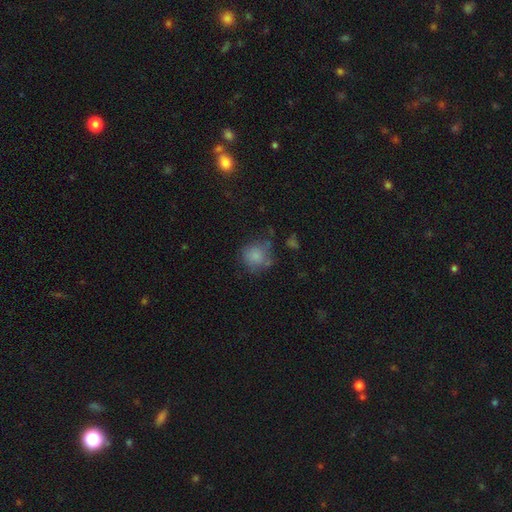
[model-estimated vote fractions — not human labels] smooth-or-featured: smooth: 76% | featured or disk: 13% | star or artifact: 11%
  how-rounded: round: 80% | in between: 19% | cigar-shaped: 1%
  merging: none: 54% | minor disturbance: 26% | major disturbance: 14% | merger: 7%